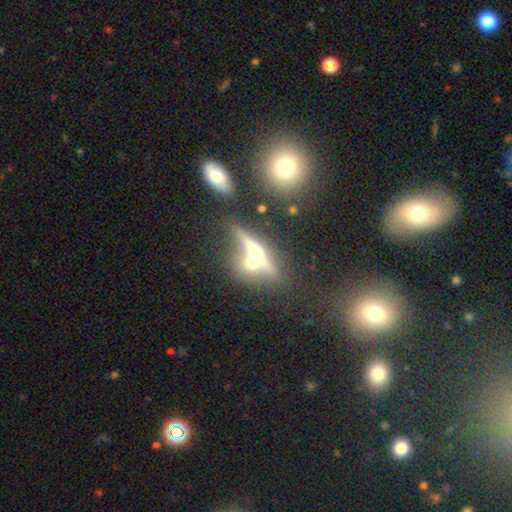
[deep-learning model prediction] Smooth or featured?
  - featured or disk: 65% *
  - smooth: 22%
  - star or artifact: 13%
Edge-on disk?
  - yes: 87% *
  - no: 13%
Edge-on bulge?
  - rounded: 93% *
  - none: 4%
  - boxy: 3%
Merging?
  - none: 53% *
  - merger: 32%
  - minor disturbance: 9%
  - major disturbance: 5%